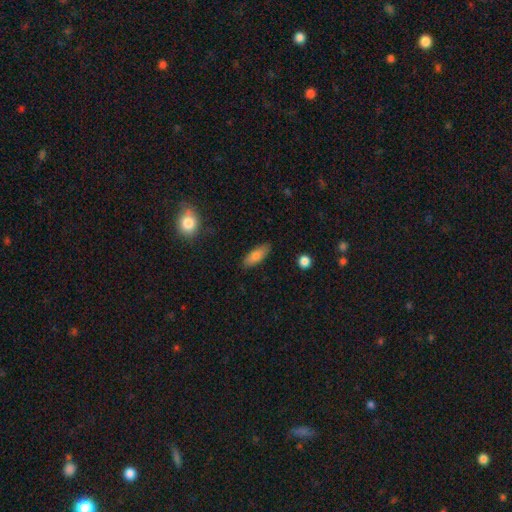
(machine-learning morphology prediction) type=smooth (80%); roundness=in between (74%); merging=none (85%).